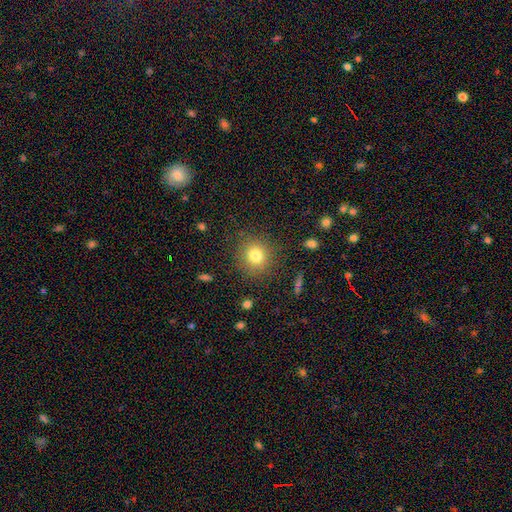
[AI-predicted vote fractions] Smooth or featured: smooth — 78% (star or artifact — 13%)
How rounded: round — 90% (in between — 9%)
Merging: none — 87% (minor disturbance — 8%)